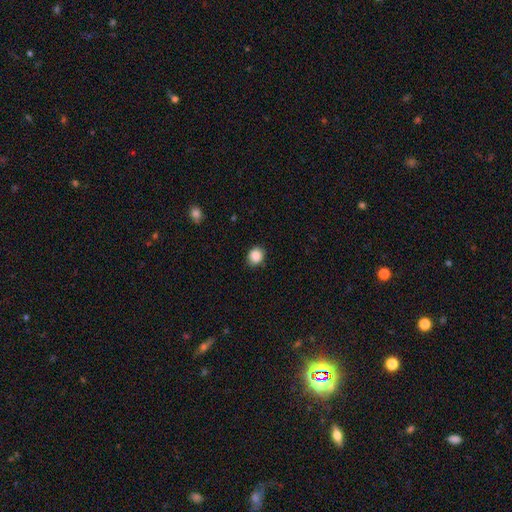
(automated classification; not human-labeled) This appears to be a smooth galaxy with no disk features (88%) that is round (73%). Merging: none (84%).